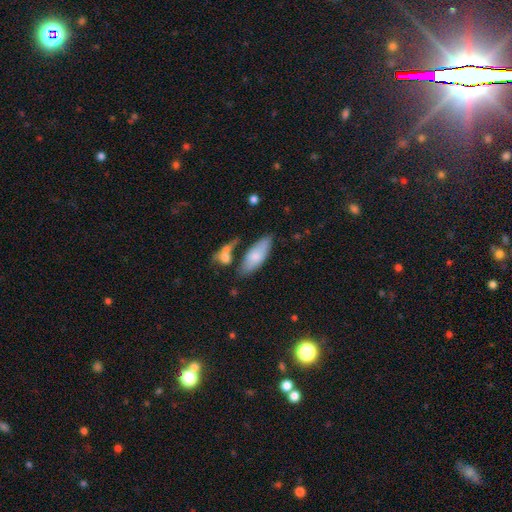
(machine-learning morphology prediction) smooth 74%, featured or disk 20%, star or artifact 6%. Down the decision tree: how rounded — in between (76%); merging — none (60%).